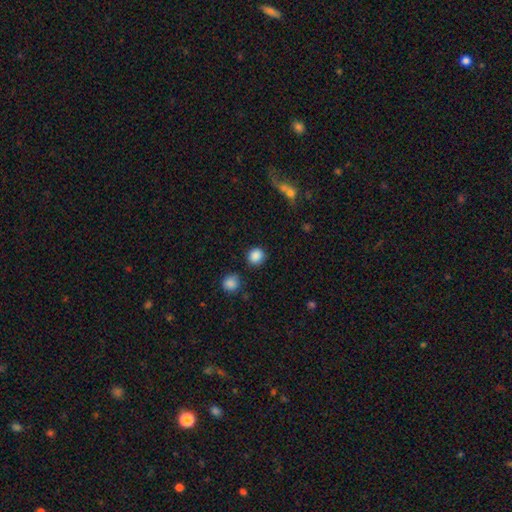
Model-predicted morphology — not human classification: A smooth galaxy with no disk features (87%) that is round (78%).

Vote fractions:
- Smooth or featured? smooth: 87% / star or artifact: 10% / featured or disk: 3%
- How rounded? round: 78% / in between: 21% / cigar-shaped: 1%
- Merging? none: 82% / minor disturbance: 11% / merger: 4% / major disturbance: 3%